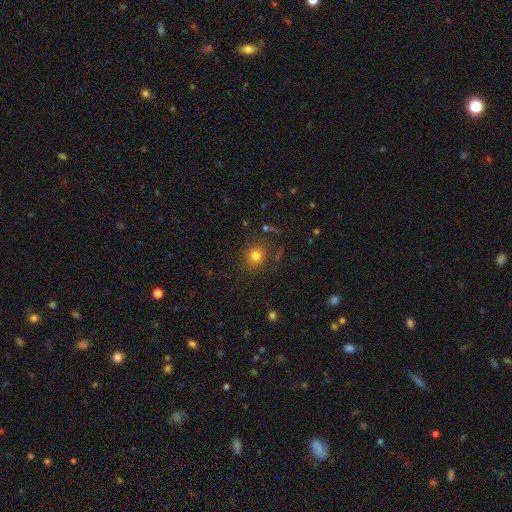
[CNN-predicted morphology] This is likely a smooth galaxy (77%). How rounded: clearly round (83%). Merging: clearly none (81%).